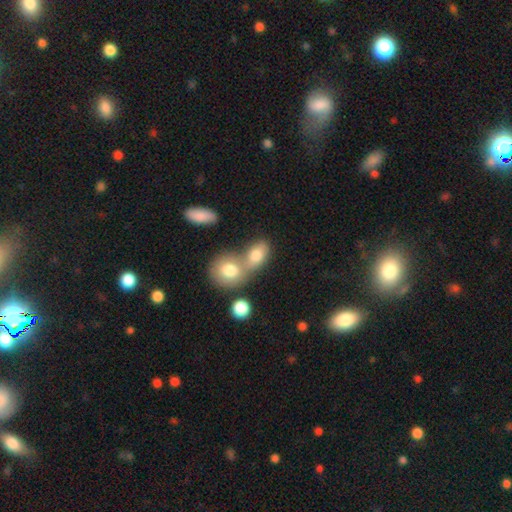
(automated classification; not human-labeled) This is likely a smooth galaxy (77%). How rounded: likely in between (66%). Merging: possibly merger (59%).